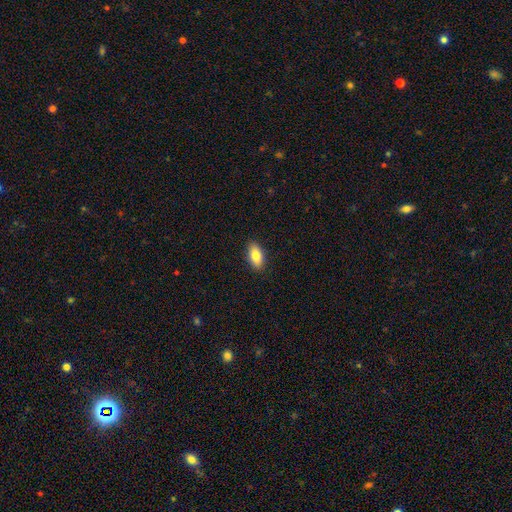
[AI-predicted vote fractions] smooth_or_featured: smooth (p=0.83) [alt: featured or disk p=0.10]
how_rounded: in between (p=0.90) [alt: cigar-shaped p=0.06]
merging: none (p=0.90) [alt: minor disturbance p=0.08]